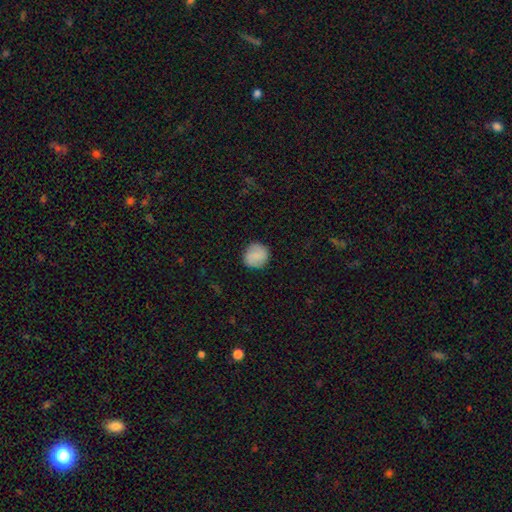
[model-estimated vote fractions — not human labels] A smooth galaxy with no disk features (83%) that is round (89%).

Vote fractions:
- Smooth or featured? smooth: 83% / featured or disk: 9% / star or artifact: 7%
- How rounded? round: 89% / in between: 10% / cigar-shaped: 1%
- Merging? none: 88% / minor disturbance: 9% / major disturbance: 3% / merger: 1%